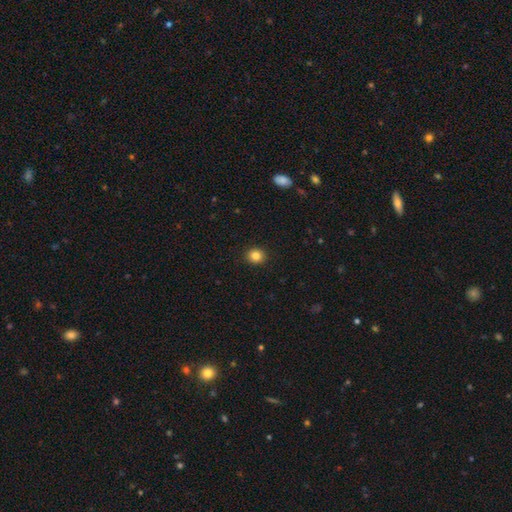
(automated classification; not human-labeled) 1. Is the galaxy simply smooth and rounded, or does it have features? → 84% smooth, 11% star or artifact, 5% featured or disk.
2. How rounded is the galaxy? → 82% round, 17% in between, 1% cigar-shaped.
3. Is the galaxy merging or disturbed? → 92% none, 5% minor disturbance, 2% major disturbance, 1% merger.